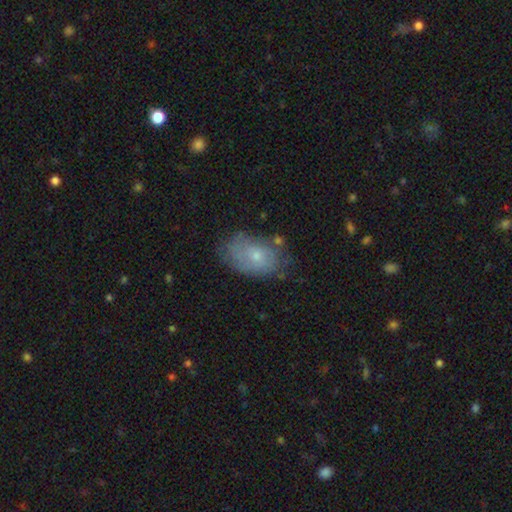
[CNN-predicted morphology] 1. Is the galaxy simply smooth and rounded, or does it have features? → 55% smooth, 36% featured or disk, 9% star or artifact.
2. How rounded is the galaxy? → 88% in between, 10% round, 2% cigar-shaped.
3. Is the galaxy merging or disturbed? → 62% none, 27% minor disturbance, 9% major disturbance, 3% merger.